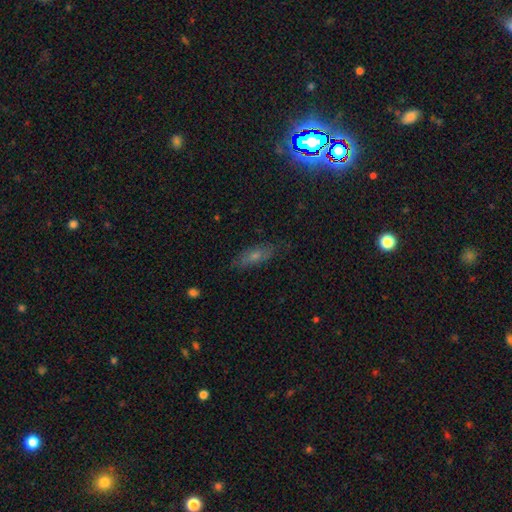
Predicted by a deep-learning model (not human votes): smooth-or-featured: smooth: 43% | featured or disk: 35% | star or artifact: 23%
  merging: none: 80% | minor disturbance: 15% | major disturbance: 4% | merger: 2%